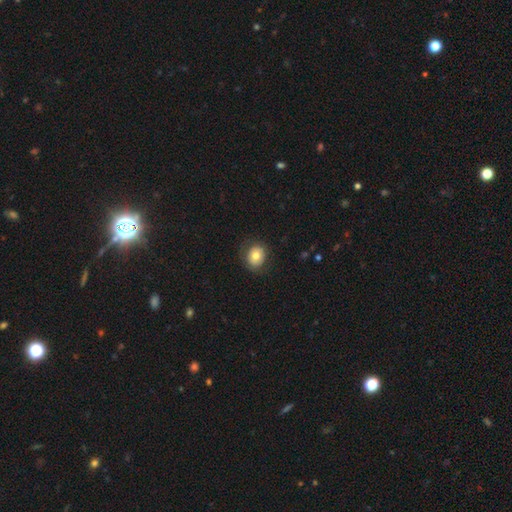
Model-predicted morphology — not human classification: Q: Smooth or featured?
A: smooth (75%); runner-up: featured or disk (16%)
Q: How rounded?
A: round (68%); runner-up: in between (31%)
Q: Merging?
A: none (80%); runner-up: minor disturbance (13%)